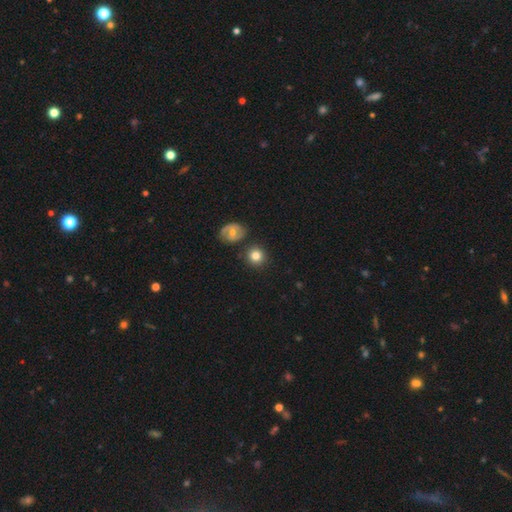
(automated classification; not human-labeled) Smooth or featured? smooth (80%)
How rounded? round (90%)
Merging? none (82%)